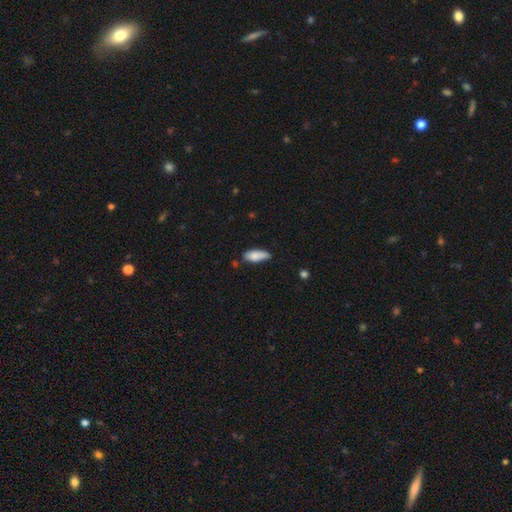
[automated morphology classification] type=smooth (83%); roundness=in between (75%); merging=none (62%).